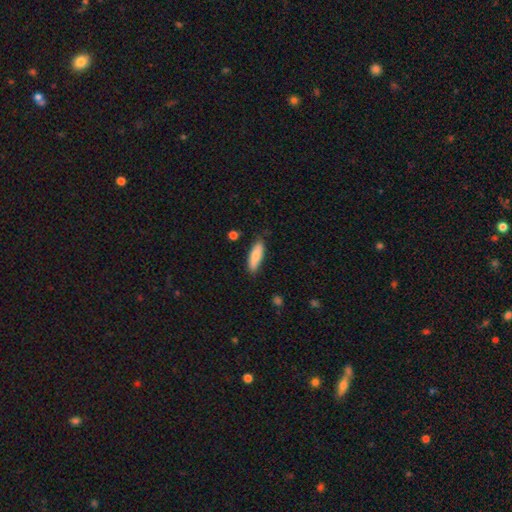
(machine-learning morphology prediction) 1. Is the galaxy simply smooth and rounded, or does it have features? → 78% smooth, 17% featured or disk, 6% star or artifact.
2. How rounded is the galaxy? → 50% in between, 48% cigar-shaped, 2% round.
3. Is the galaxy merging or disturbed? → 78% none, 18% minor disturbance, 3% major disturbance, 2% merger.